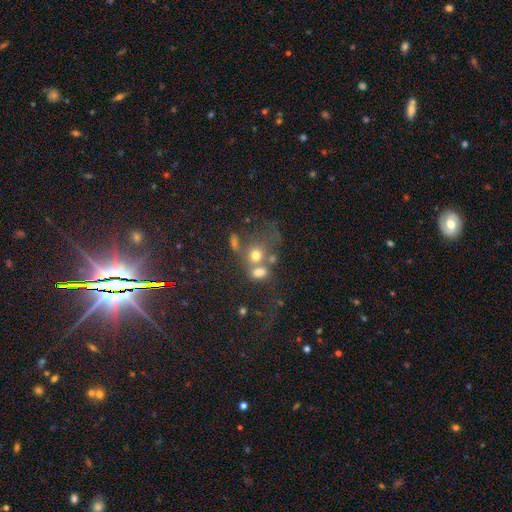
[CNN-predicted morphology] Smooth or featured?
  - smooth: 64% *
  - featured or disk: 21%
  - star or artifact: 16%
How rounded?
  - round: 55% *
  - in between: 44%
  - cigar-shaped: 2%
Merging?
  - merger: 52% *
  - none: 26%
  - major disturbance: 13%
  - minor disturbance: 9%